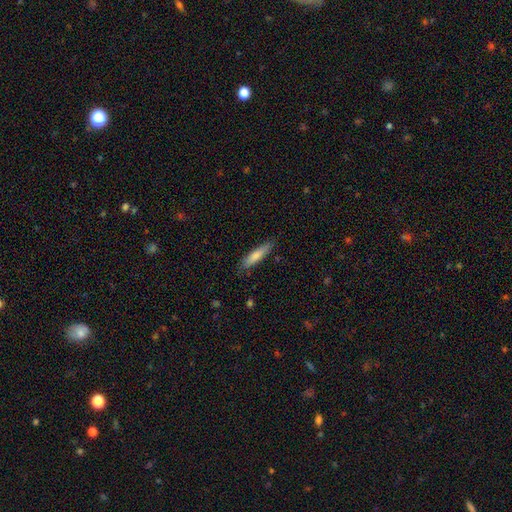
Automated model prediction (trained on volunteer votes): Smooth or featured: smooth — 76% (featured or disk — 18%)
How rounded: cigar-shaped — 77% (in between — 22%)
Merging: none — 82% (minor disturbance — 14%)